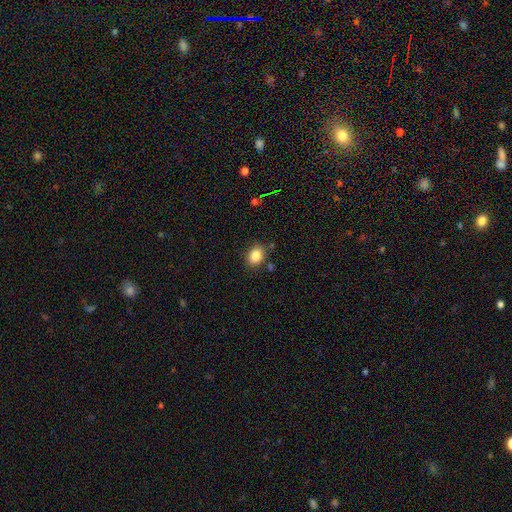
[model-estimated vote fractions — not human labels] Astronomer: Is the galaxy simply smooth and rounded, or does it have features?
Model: smooth — 84%.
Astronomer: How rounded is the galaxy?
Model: in between — 61% (runner-up: round, 38%).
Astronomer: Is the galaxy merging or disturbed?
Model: none — 81%.